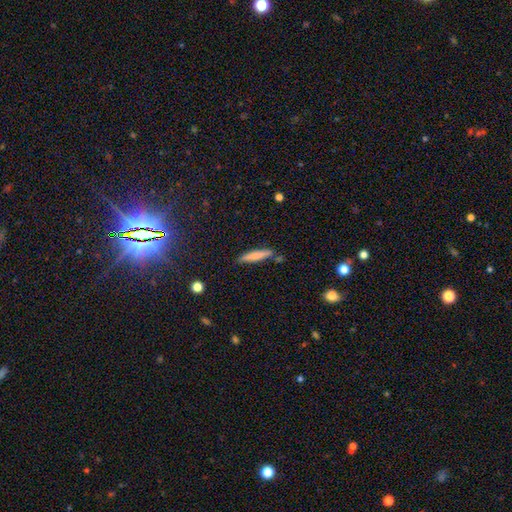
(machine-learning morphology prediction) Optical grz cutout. It shows a smooth galaxy with no disk features (73%) that is cigar-shaped (91%). Merging: none (78%).